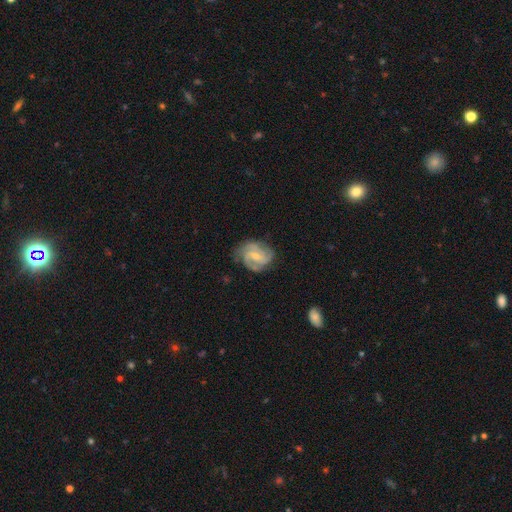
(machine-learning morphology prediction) Smooth or featured: featured or disk — 85% (smooth — 10%)
Edge-on disk: no — 98% (yes — 2%)
Bar: weak — 50% (no — 34%)
Spiral arms: yes — 97% (no — 3%)
Spiral winding: medium — 48% (tight — 40%)
Spiral arm count: 3 — 47% (2 — 24%)
Bulge size: small — 57% (moderate — 38%)
Merging: none — 71% (minor disturbance — 20%)